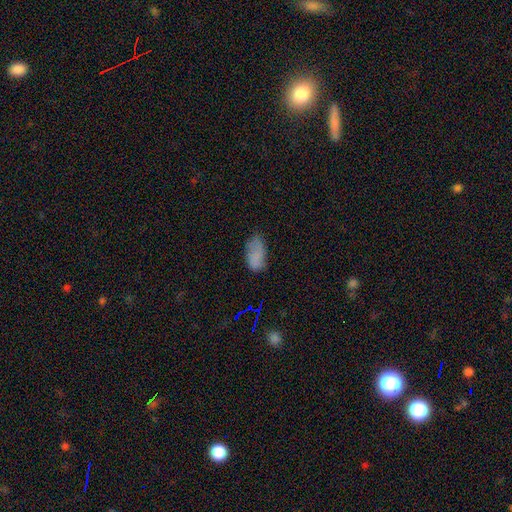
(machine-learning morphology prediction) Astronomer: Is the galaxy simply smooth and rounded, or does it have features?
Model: smooth — 77%.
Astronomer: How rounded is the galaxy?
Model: in between — 93%.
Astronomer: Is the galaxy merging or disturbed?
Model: none — 56%.